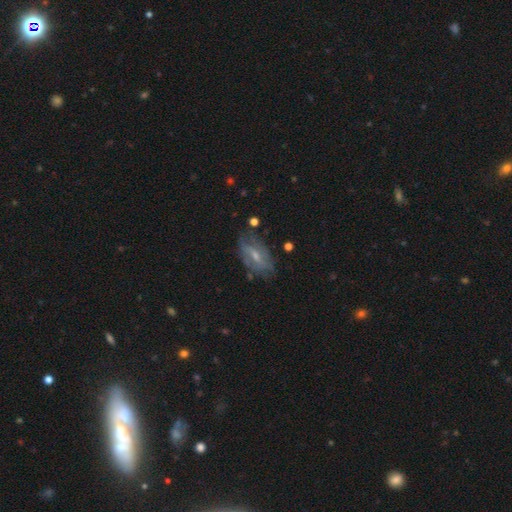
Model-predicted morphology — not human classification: A featured or disk galaxy (58%) with a weak bar (47%), spiral arms (58%) and a small central bulge (51%).

Vote fractions:
- Smooth or featured? featured or disk: 58% / smooth: 34% / star or artifact: 8%
- Edge-on disk? no: 87% / yes: 13%
- Bar? weak: 47% / no: 36% / strong: 18%
- Spiral arms? yes: 58% / no: 42%
- Bulge size? small: 51% / moderate: 38% / none: 7% / large: 2% / dominant: 1%
- Merging? none: 62% / minor disturbance: 25% / major disturbance: 10% / merger: 3%